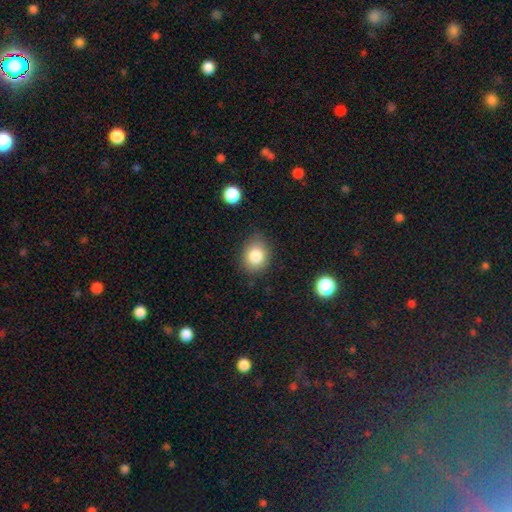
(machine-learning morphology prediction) smooth 83%, star or artifact 10%, featured or disk 7%. Down the decision tree: how rounded — round (58%); merging — none (79%).